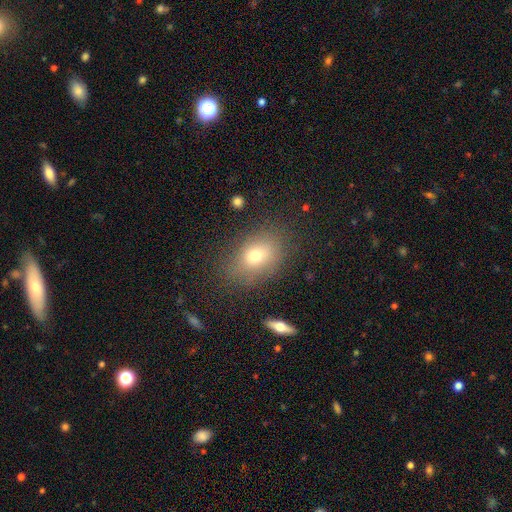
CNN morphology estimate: A smooth galaxy with no disk features (70%) that is in between round and cigar-shaped (71%). Merging: none (78%).